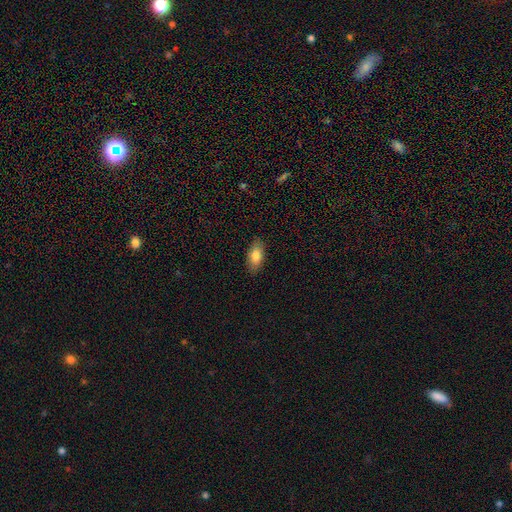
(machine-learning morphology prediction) Q: Smooth or featured?
A: smooth (81%); runner-up: featured or disk (12%)
Q: How rounded?
A: in between (89%); runner-up: cigar-shaped (7%)
Q: Merging?
A: none (87%); runner-up: minor disturbance (9%)